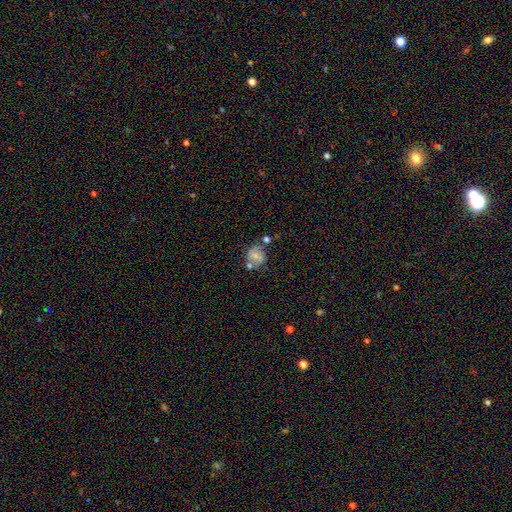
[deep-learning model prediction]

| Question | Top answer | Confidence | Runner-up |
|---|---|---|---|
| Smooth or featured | smooth | 47% | featured or disk (43%) |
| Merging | none | 51% | minor disturbance (20%) |